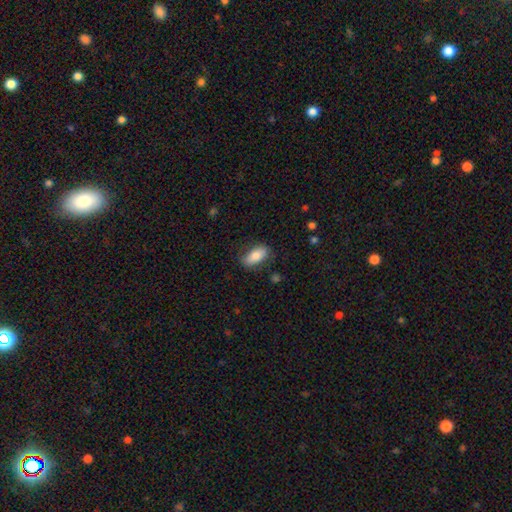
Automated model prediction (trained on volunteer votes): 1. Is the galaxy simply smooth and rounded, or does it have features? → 79% smooth, 15% featured or disk, 7% star or artifact.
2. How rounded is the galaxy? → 89% in between, 8% cigar-shaped, 3% round.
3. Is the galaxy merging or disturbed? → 78% none, 16% minor disturbance, 4% major disturbance, 1% merger.